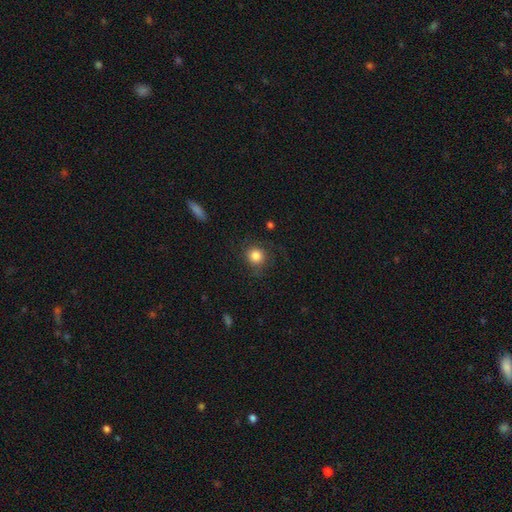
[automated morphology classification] Smooth or featured: smooth — 81% (featured or disk — 10%)
How rounded: round — 88% (in between — 11%)
Merging: none — 74% (minor disturbance — 16%)